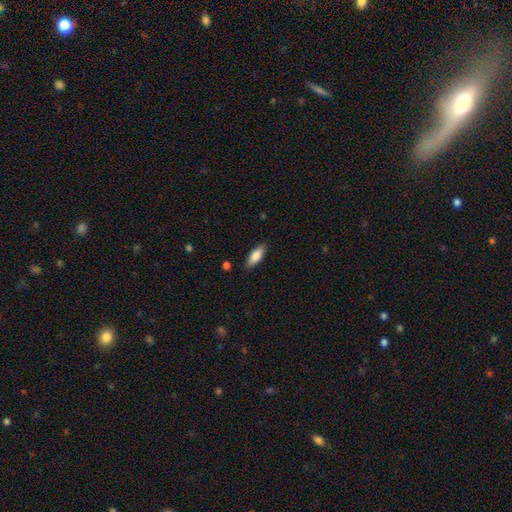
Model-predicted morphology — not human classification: A smooth galaxy with no disk features (82%) that is in between round and cigar-shaped (74%). Merging: none (86%).